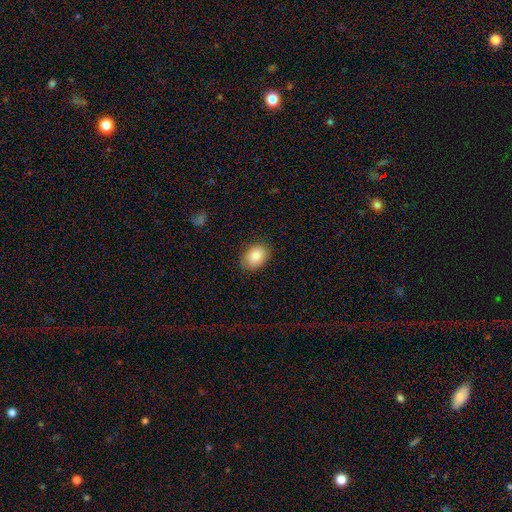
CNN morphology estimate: Smooth or featured?
  - smooth: 87% *
  - star or artifact: 7%
  - featured or disk: 6%
How rounded?
  - in between: 71% *
  - round: 28%
  - cigar-shaped: 1%
Merging?
  - none: 82% *
  - minor disturbance: 14%
  - major disturbance: 3%
  - merger: 1%